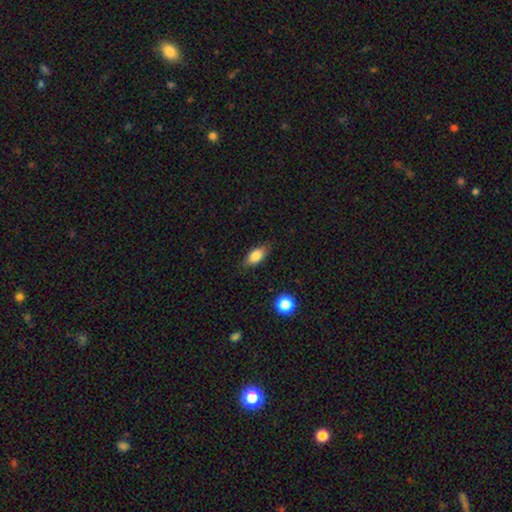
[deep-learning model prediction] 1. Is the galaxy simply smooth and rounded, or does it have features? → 81% smooth, 11% featured or disk, 8% star or artifact.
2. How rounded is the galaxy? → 85% in between, 9% cigar-shaped, 5% round.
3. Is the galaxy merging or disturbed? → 82% none, 14% minor disturbance, 3% major disturbance, 1% merger.